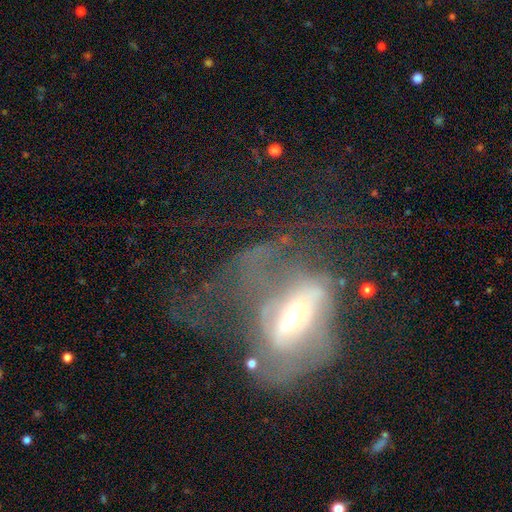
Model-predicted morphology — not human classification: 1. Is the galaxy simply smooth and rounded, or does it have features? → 66% featured or disk, 23% smooth, 12% star or artifact.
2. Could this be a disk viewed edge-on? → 85% no, 15% yes.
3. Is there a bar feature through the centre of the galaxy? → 41% no, 31% weak, 28% strong.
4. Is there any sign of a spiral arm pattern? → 57% no, 43% yes.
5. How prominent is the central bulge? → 50% moderate, 40% small, 7% large, 2% dominant, 1% none.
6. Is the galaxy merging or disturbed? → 59% major disturbance, 21% none, 14% minor disturbance, 7% merger.